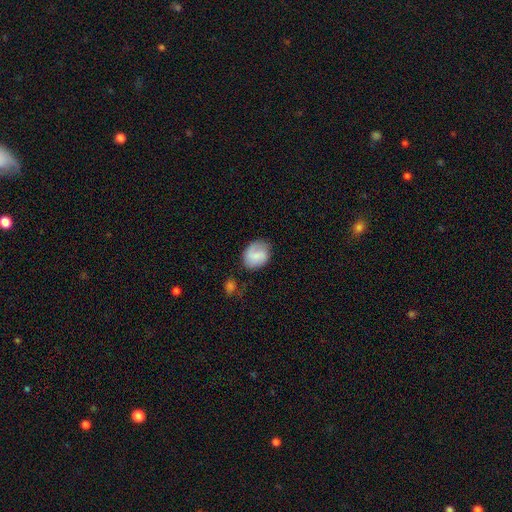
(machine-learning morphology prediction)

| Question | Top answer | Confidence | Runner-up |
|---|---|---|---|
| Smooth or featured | smooth | 62% | featured or disk (30%) |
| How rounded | round | 53% | in between (46%) |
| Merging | none | 66% | minor disturbance (23%) |